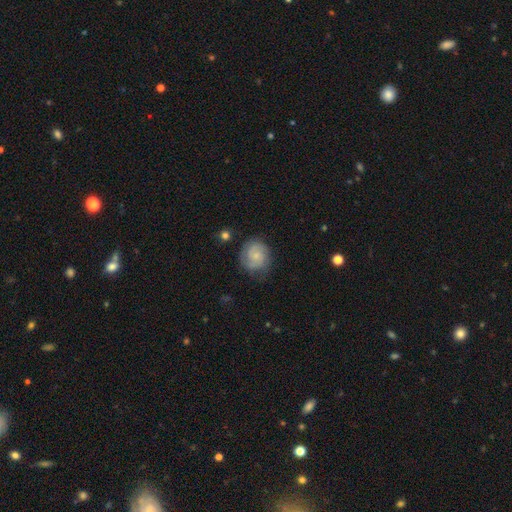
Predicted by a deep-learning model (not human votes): A featured or disk galaxy (48%). Merging: none (71%).